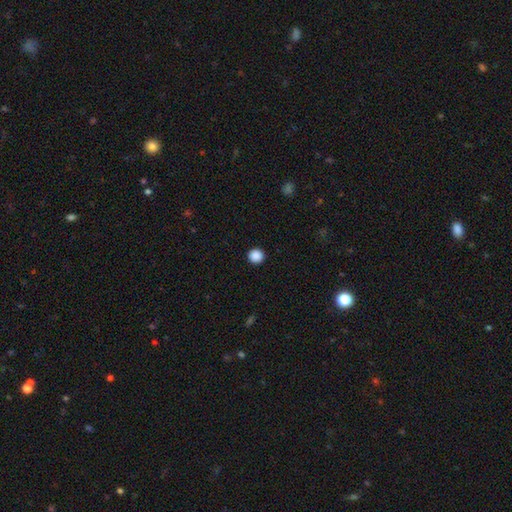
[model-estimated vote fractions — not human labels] The model was most divided on "smooth or featured": smooth: 88%, star or artifact: 9%, featured or disk: 2%. More confident: how rounded — round (94%); merging — none (93%).